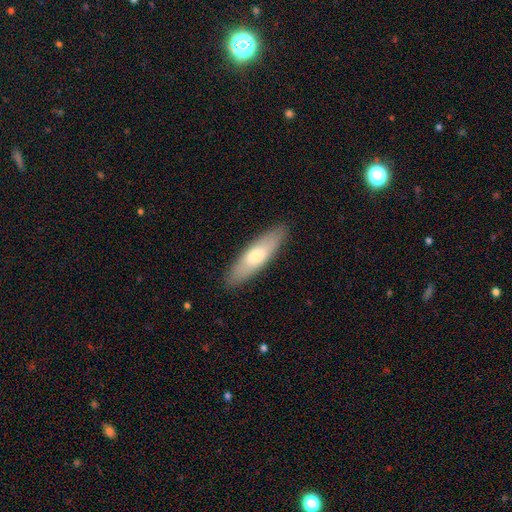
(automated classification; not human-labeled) This is likely a smooth galaxy (68%). How rounded: likely cigar-shaped (61%). Merging: clearly none (88%).